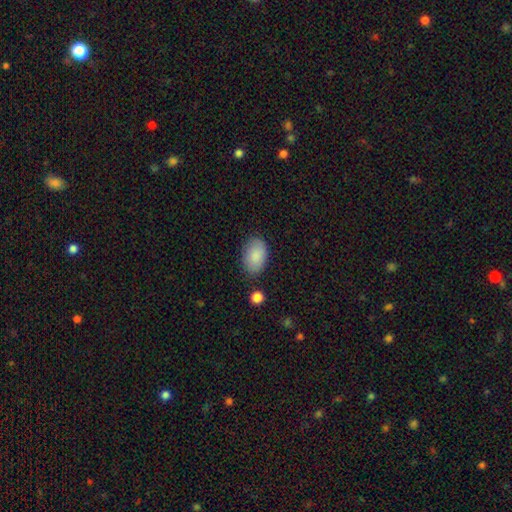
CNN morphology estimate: type=smooth (88%); roundness=in between (90%); merging=none (80%).